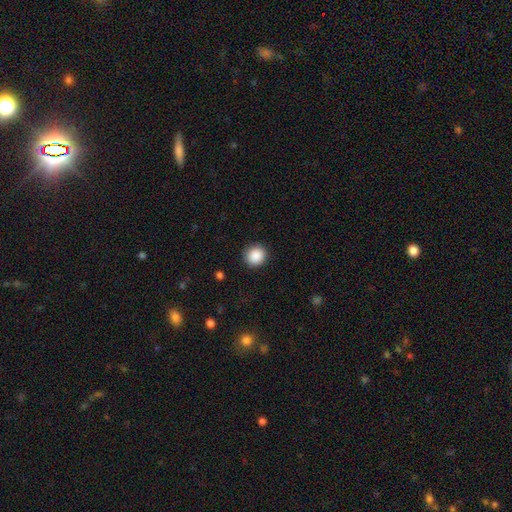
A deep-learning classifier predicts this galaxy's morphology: smooth_or_featured: smooth (p=0.89) [alt: star or artifact p=0.09]
how_rounded: round (p=0.92) [alt: in between p=0.07]
merging: none (p=0.90) [alt: minor disturbance p=0.07]